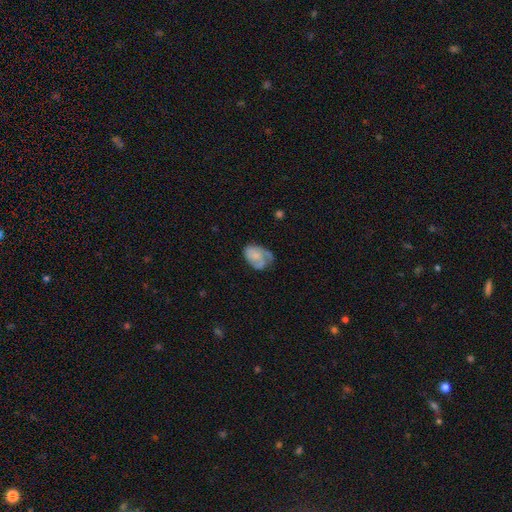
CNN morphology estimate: smooth_or_featured: featured or disk (p=0.48) [alt: smooth p=0.45]
merging: none (p=0.40) [alt: minor disturbance p=0.33]